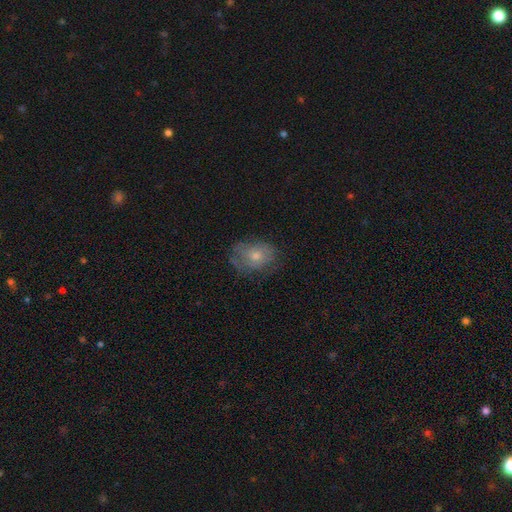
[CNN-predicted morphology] type=smooth (56%); roundness=in between (65%); merging=none (65%).